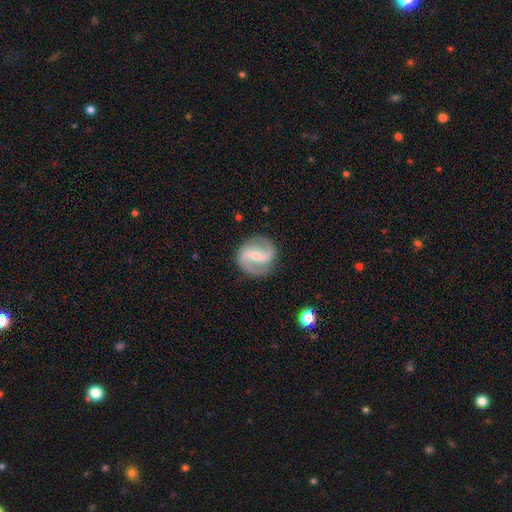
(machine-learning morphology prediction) This appears to be a featured or disk galaxy (87%) with a strong bar (48%), 2 (92%) medium (47%) spiral arms (96%) and a small central bulge (65%). Merging: none (85%).